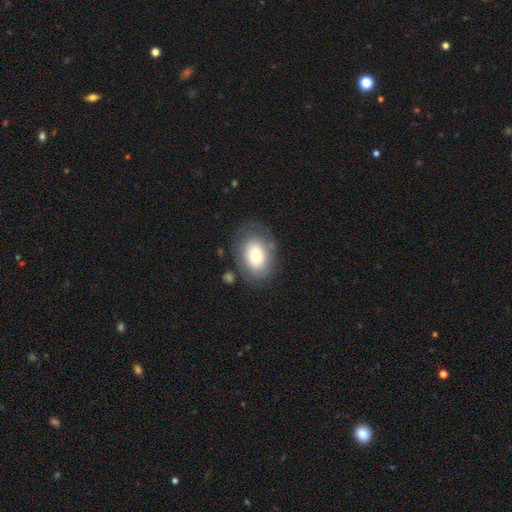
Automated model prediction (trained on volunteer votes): A smooth galaxy with no disk features (69%) that is in between round and cigar-shaped (81%).

Vote fractions:
- Smooth or featured? smooth: 69% / featured or disk: 24% / star or artifact: 8%
- How rounded? in between: 81% / round: 18% / cigar-shaped: 1%
- Merging? none: 71% / minor disturbance: 17% / major disturbance: 9% / merger: 3%